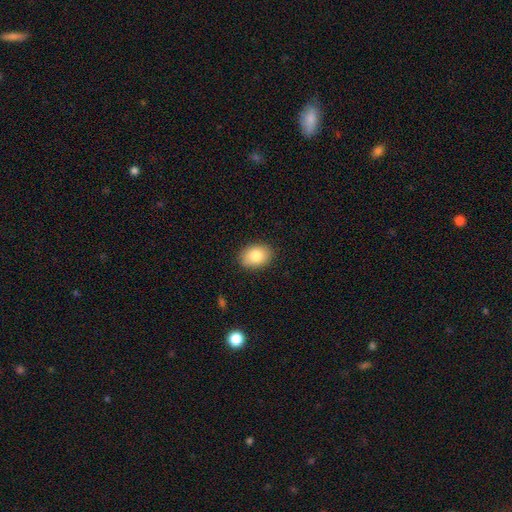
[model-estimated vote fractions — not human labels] This is clearly a smooth galaxy (82%). How rounded: likely in between (74%). Merging: clearly none (88%).